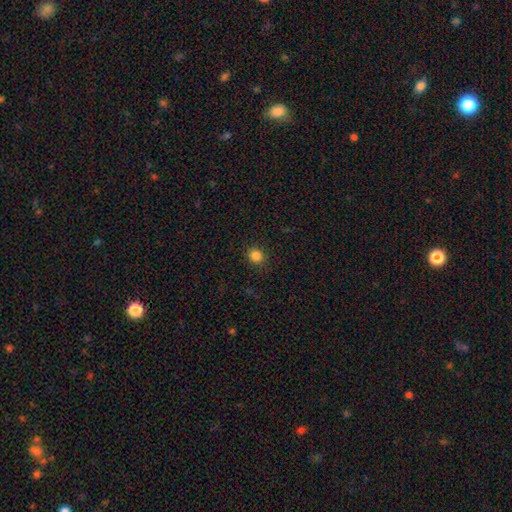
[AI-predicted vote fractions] Smooth or featured: smooth — 84% (star or artifact — 12%)
How rounded: round — 79% (in between — 20%)
Merging: none — 89% (minor disturbance — 7%)